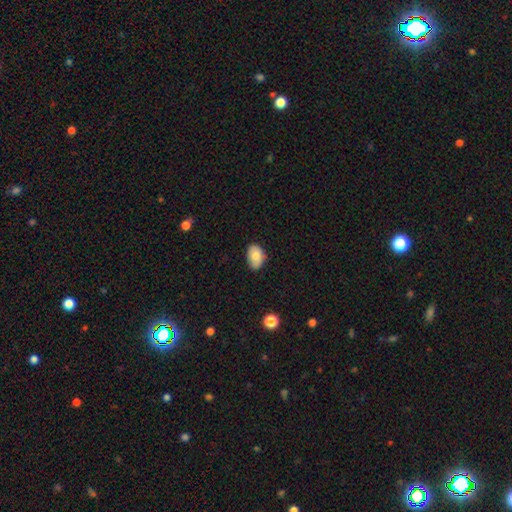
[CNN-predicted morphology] Smooth or featured: smooth — 80% (featured or disk — 13%)
How rounded: in between — 84% (round — 15%)
Merging: none — 67% (minor disturbance — 27%)